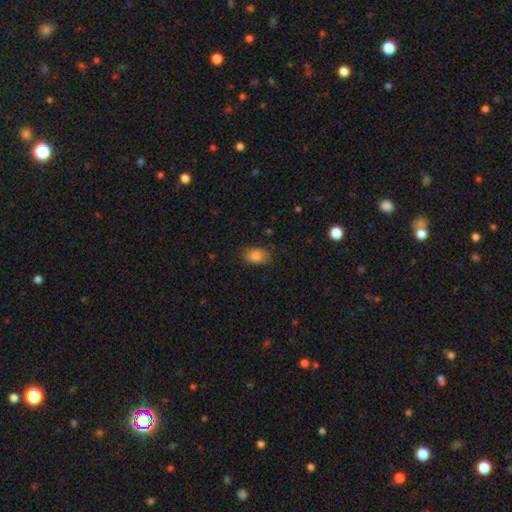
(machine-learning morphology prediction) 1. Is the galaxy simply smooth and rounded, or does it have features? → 85% smooth, 8% star or artifact, 7% featured or disk.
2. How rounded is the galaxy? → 85% in between, 13% round, 2% cigar-shaped.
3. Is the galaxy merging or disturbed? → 79% none, 16% minor disturbance, 4% major disturbance, 1% merger.